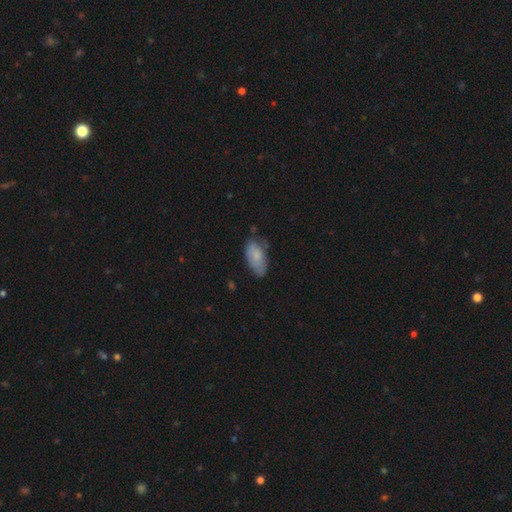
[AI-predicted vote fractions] Smooth or featured? Predicted: smooth (p=0.78). How rounded? Predicted: in between (p=0.93). Merging? Predicted: none (p=0.58).